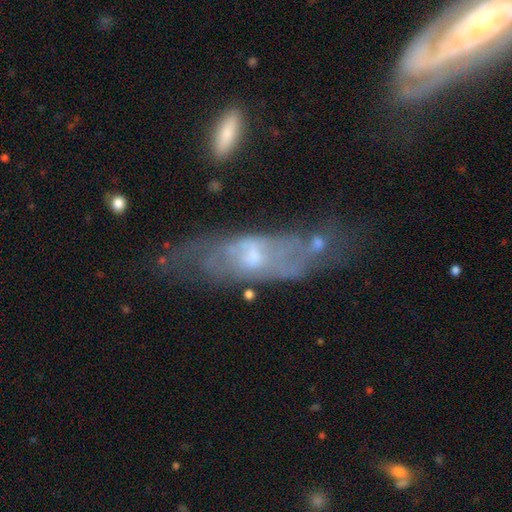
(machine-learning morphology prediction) Smooth or featured? featured or disk (71%)
Edge-on disk? no (75%)
Bar? no (60%)
Spiral arms? yes (64%)
Bulge size? small (49%)
Merging? none (60%)